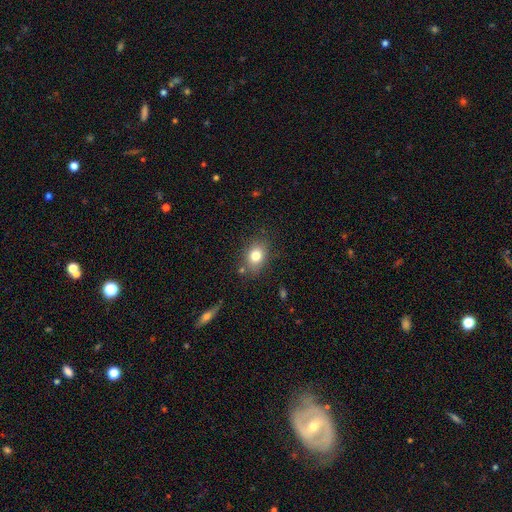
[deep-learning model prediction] This is likely a smooth galaxy (78%). How rounded: likely in between (61%). Merging: likely none (79%).